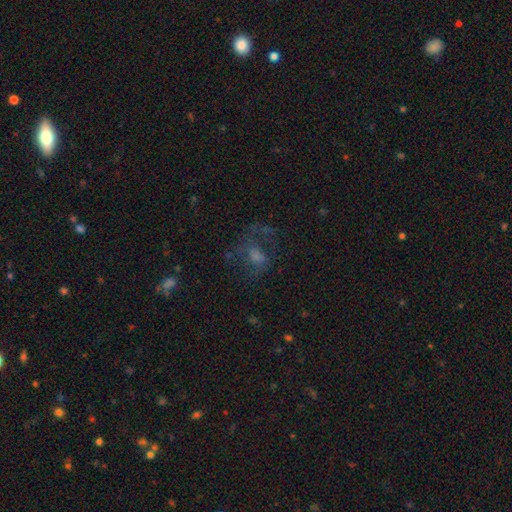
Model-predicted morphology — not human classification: This appears to be a featured or disk galaxy (44%). Merging: none (48%).